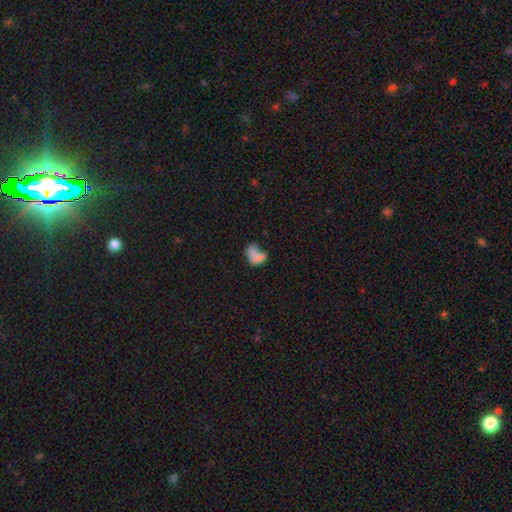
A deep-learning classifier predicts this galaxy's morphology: Smooth or featured? smooth (70%)
How rounded? in between (82%)
Merging? major disturbance (27%)